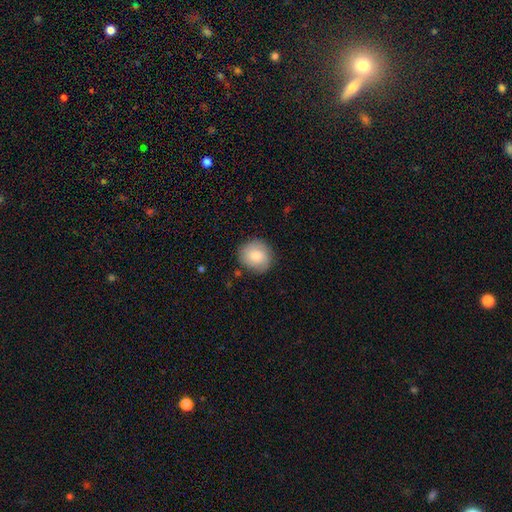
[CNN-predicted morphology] Q: Smooth or featured?
A: smooth (79%); runner-up: featured or disk (14%)
Q: How rounded?
A: round (85%); runner-up: in between (14%)
Q: Merging?
A: none (83%); runner-up: minor disturbance (13%)